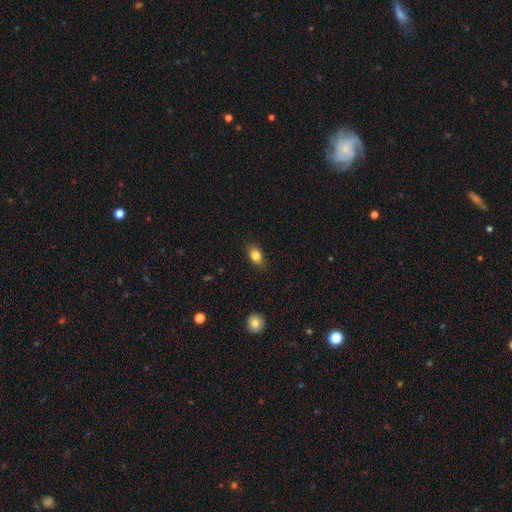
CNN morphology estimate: Smooth or featured: smooth — 83% (star or artifact — 9%)
How rounded: in between — 79% (round — 17%)
Merging: none — 85% (minor disturbance — 11%)